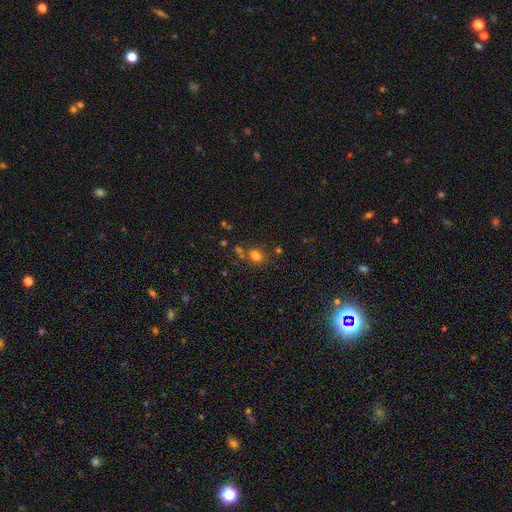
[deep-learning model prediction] smooth_or_featured: smooth (p=0.76) [alt: star or artifact p=0.18]
how_rounded: round (p=0.65) [alt: in between p=0.34]
merging: none (p=0.70) [alt: minor disturbance p=0.13]